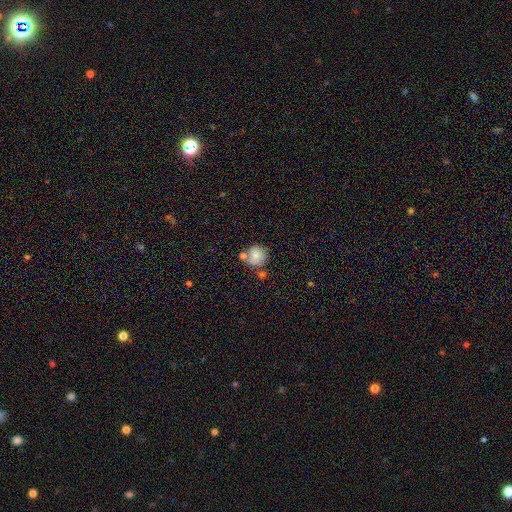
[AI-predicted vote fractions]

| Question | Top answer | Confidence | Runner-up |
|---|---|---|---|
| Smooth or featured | smooth | 74% | featured or disk (17%) |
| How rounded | round | 86% | in between (13%) |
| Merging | none | 53% | merger (22%) |